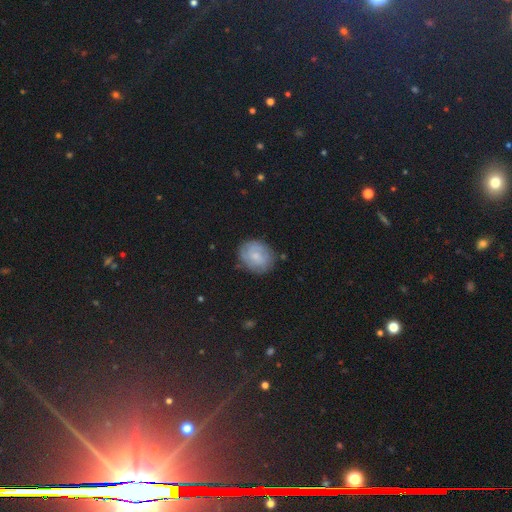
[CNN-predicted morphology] This appears to be a smooth galaxy with no disk features (52%) that is round (57%). Merging: none (78%).